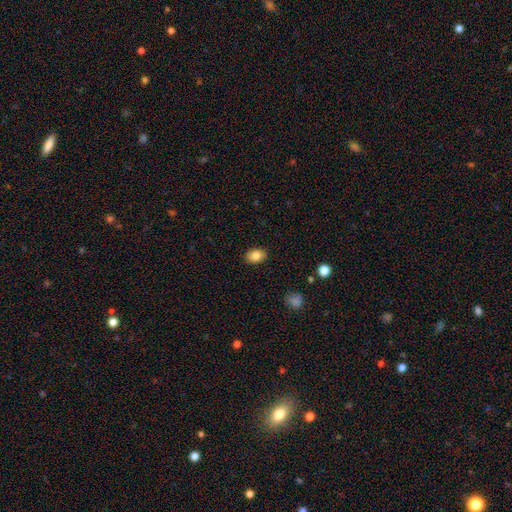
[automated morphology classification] Smooth or featured? Predicted: smooth (p=0.84). How rounded? Predicted: in between (p=0.80). Merging? Predicted: none (p=0.88).